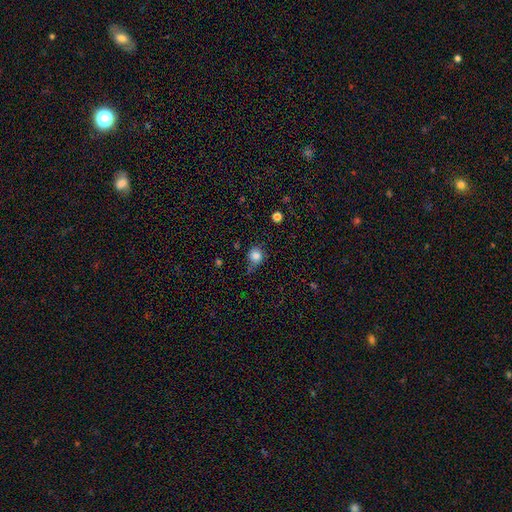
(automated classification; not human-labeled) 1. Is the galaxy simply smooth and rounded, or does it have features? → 83% smooth, 11% star or artifact, 5% featured or disk.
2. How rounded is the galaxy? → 88% round, 11% in between, 1% cigar-shaped.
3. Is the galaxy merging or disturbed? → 68% none, 22% minor disturbance, 6% major disturbance, 4% merger.